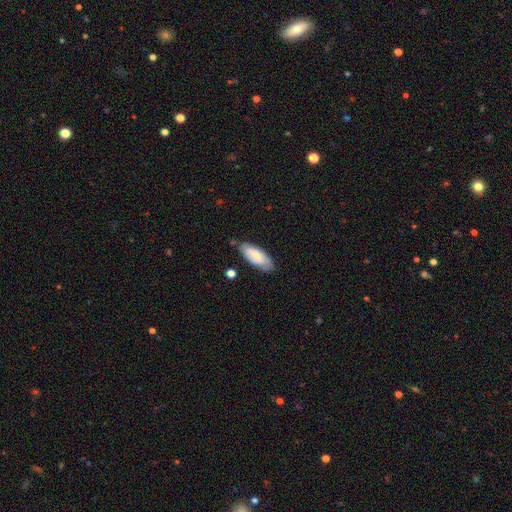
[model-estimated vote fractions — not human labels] Smooth or featured? Predicted: smooth (p=0.72). How rounded? Predicted: in between (p=0.78). Merging? Predicted: none (p=0.74).